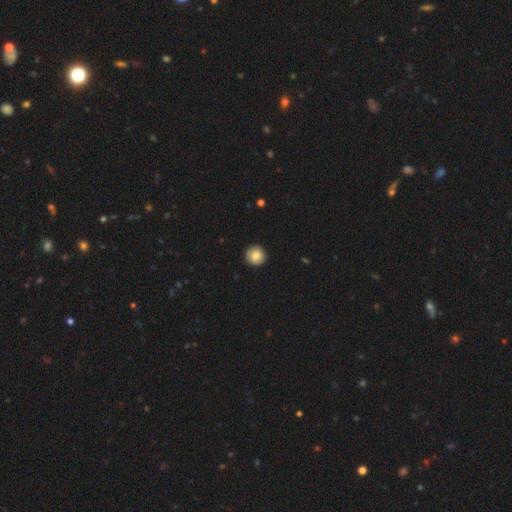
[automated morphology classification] This is clearly a smooth galaxy (82%). How rounded: clearly round (94%). Merging: clearly none (91%).